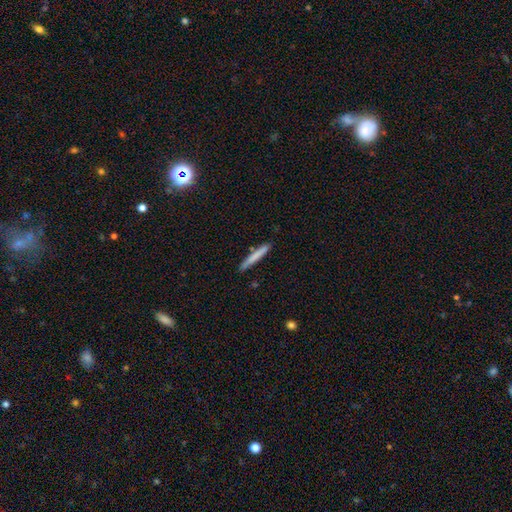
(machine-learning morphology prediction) This is likely a smooth galaxy (74%). How rounded: clearly cigar-shaped (96%). Merging: clearly none (86%).